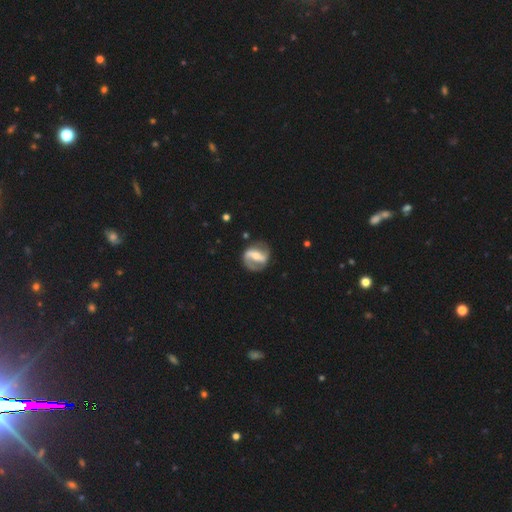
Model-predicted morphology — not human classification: This appears to be a featured or disk galaxy (82%) with a strong bar (62%), 2 (84%) medium (43%) spiral arms (85%) and a moderate central bulge (56%). Merging: none (77%).